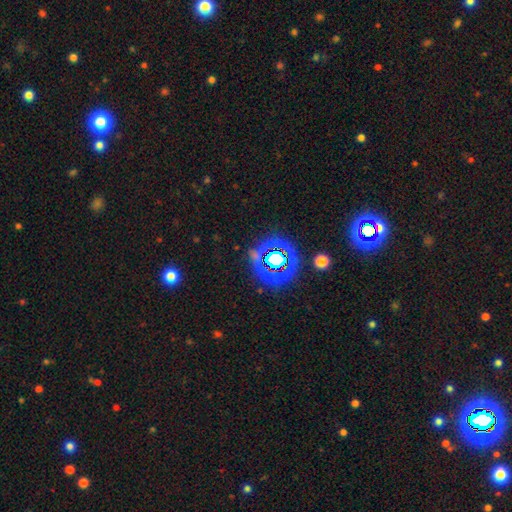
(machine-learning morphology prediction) smooth_or_featured: star or artifact (p=0.74) [alt: smooth p=0.16]